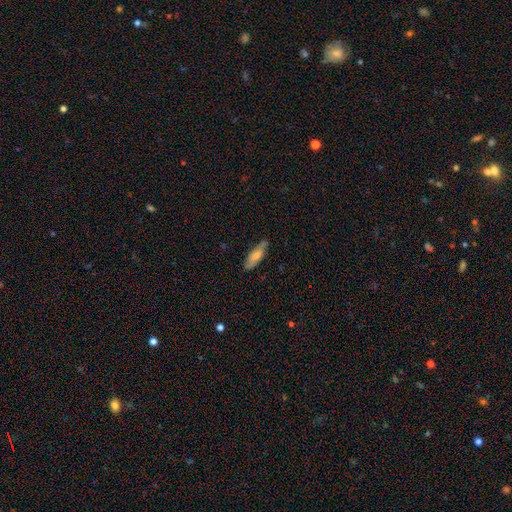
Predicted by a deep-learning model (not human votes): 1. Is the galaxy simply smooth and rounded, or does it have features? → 62% smooth, 32% featured or disk, 6% star or artifact.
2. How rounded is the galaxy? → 58% in between, 40% cigar-shaped, 2% round.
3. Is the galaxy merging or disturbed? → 72% none, 21% minor disturbance, 4% major disturbance, 3% merger.